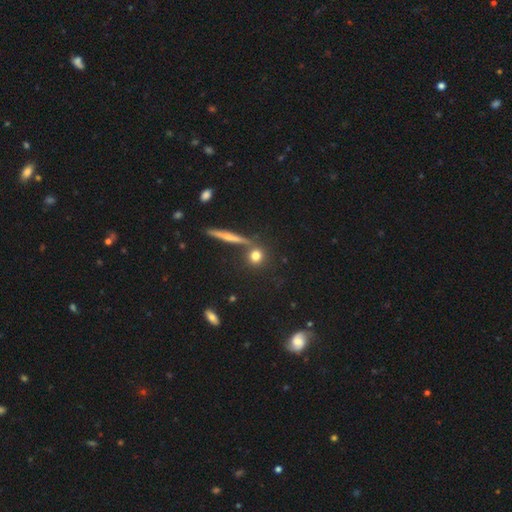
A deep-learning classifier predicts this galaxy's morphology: smooth-or-featured: smooth: 74% | featured or disk: 13% | star or artifact: 13%
  how-rounded: round: 83% | in between: 11% | cigar-shaped: 6%
  merging: none: 73% | merger: 14% | minor disturbance: 10% | major disturbance: 4%